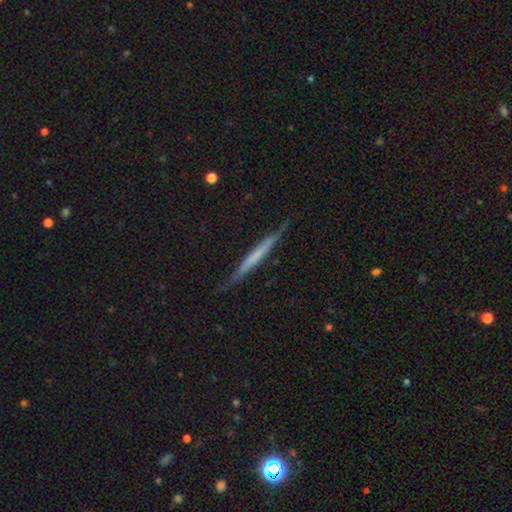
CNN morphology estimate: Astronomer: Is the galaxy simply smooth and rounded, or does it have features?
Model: featured or disk — 51% (runner-up: smooth, 42%).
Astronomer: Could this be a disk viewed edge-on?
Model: yes — 95%.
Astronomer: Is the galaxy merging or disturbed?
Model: none — 83%.